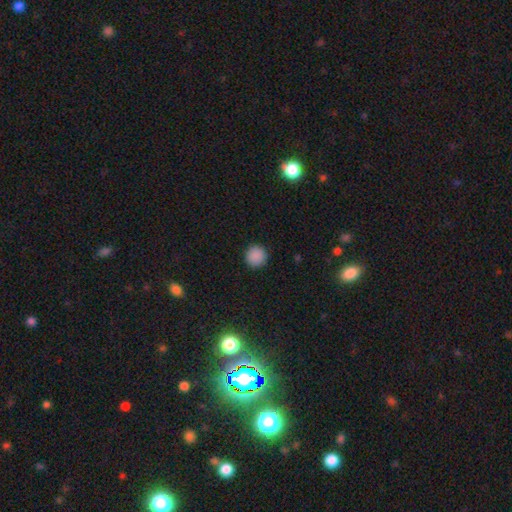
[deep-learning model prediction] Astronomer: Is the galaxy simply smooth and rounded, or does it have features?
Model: smooth — 88%.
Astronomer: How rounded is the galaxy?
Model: round — 94%.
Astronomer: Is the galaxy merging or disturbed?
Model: none — 92%.